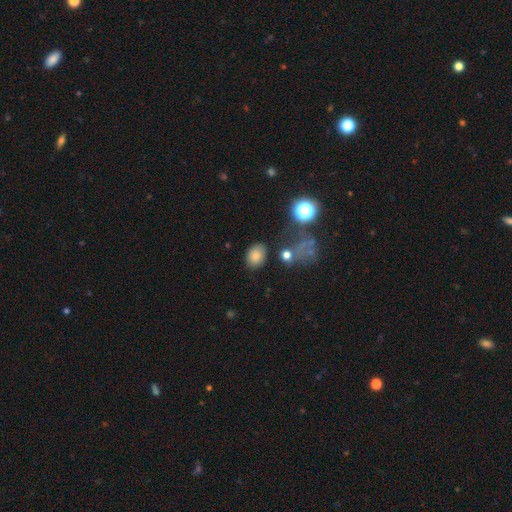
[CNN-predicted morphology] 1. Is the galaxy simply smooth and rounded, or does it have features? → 79% smooth, 13% star or artifact, 8% featured or disk.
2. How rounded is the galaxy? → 69% in between, 29% round, 1% cigar-shaped.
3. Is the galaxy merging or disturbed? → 79% none, 12% minor disturbance, 4% merger, 4% major disturbance.